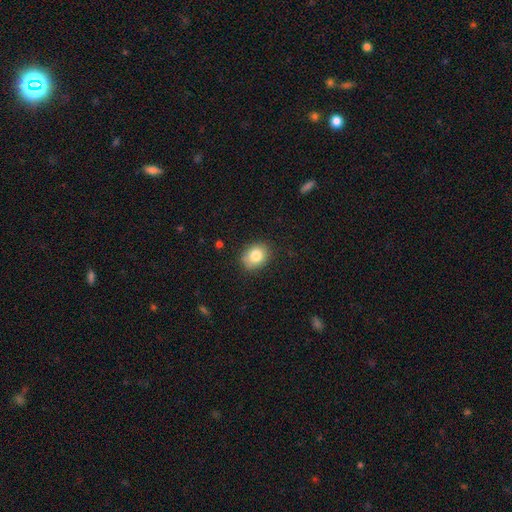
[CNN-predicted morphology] This appears to be a smooth galaxy with no disk features (82%) that is in between round and cigar-shaped (58%). Merging: none (83%).